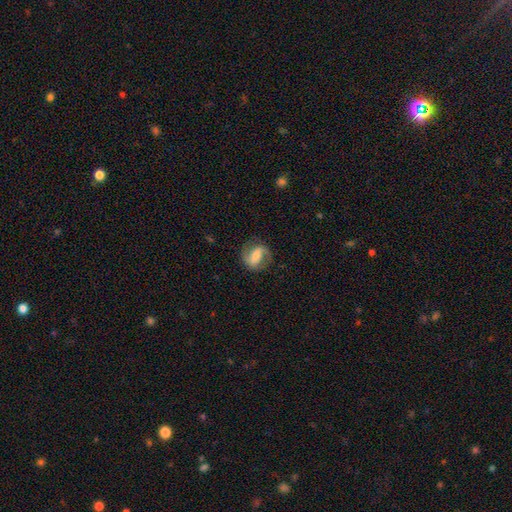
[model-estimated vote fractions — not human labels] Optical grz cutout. It shows a featured or disk galaxy (69%) with a strong bar (40%), 2 (86%) medium (45%) spiral arms (89%) and a moderate central bulge (48%). Merging: none (77%).